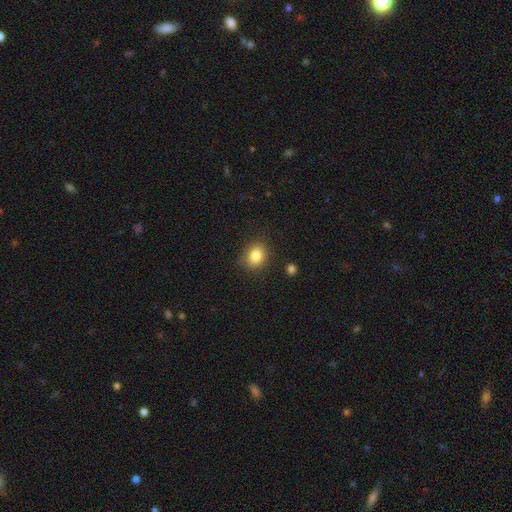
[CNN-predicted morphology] smooth-or-featured: smooth: 83% | star or artifact: 10% | featured or disk: 7%
  how-rounded: round: 59% | in between: 40% | cigar-shaped: 1%
  merging: none: 83% | minor disturbance: 12% | major disturbance: 3% | merger: 2%